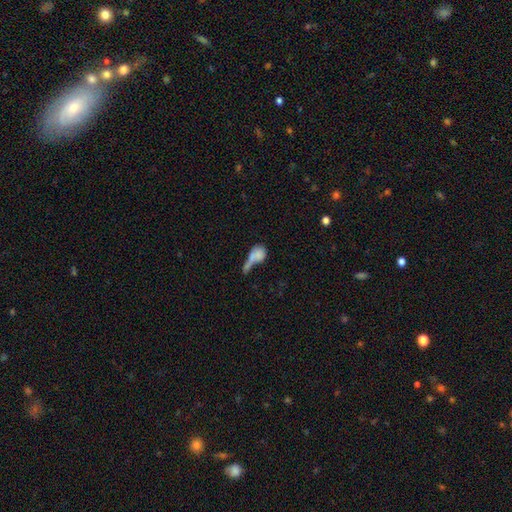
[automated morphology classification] smooth-or-featured: smooth: 69% | featured or disk: 21% | star or artifact: 10%
  how-rounded: in between: 49% | round: 42% | cigar-shaped: 9%
  merging: merger: 49% | none: 20% | major disturbance: 20% | minor disturbance: 11%